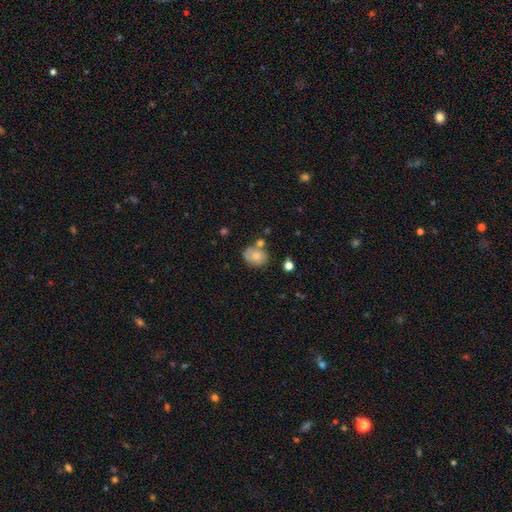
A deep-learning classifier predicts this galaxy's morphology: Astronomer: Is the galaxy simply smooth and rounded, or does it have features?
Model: smooth — 75%.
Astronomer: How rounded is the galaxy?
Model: in between — 60% (runner-up: round, 39%).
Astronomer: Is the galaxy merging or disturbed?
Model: none — 54%.